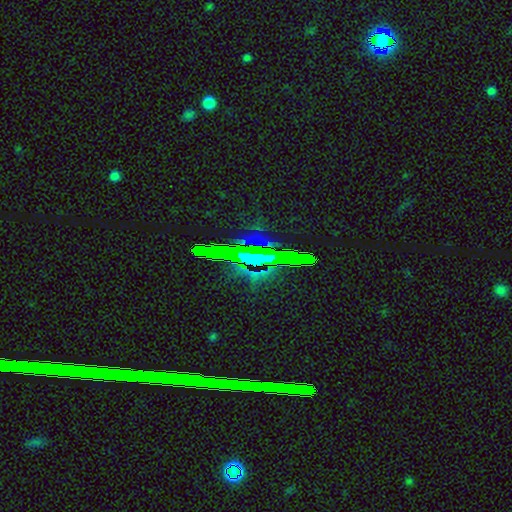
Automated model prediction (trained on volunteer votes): This is likely a star or artifact rather than a galaxy (75%).